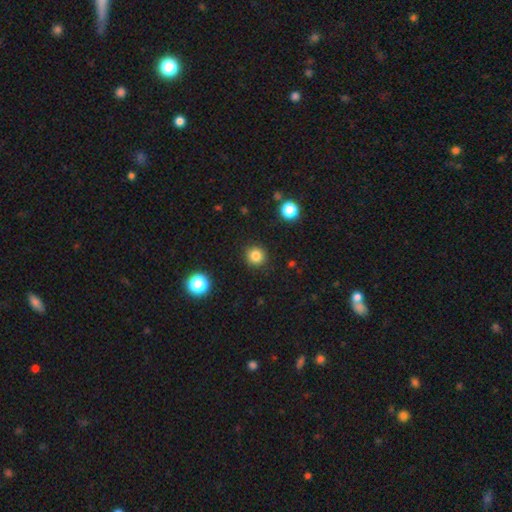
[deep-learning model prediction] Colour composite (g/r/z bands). It shows a smooth galaxy with no disk features (83%) that is round (92%). Merging: none (91%).